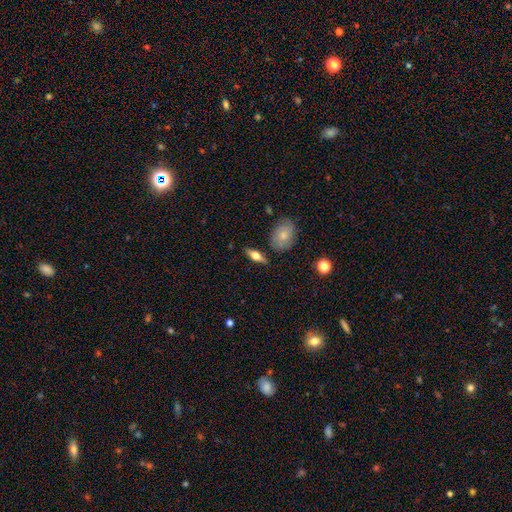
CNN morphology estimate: Smooth or featured?
  - smooth: 49% *
  - featured or disk: 44%
  - star or artifact: 7%
Merging?
  - none: 82% *
  - minor disturbance: 11%
  - merger: 4%
  - major disturbance: 3%